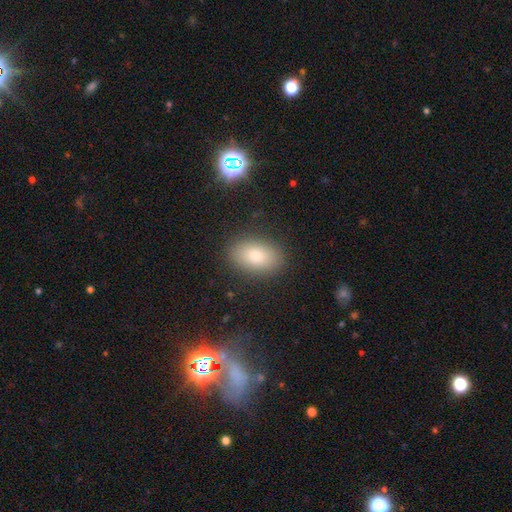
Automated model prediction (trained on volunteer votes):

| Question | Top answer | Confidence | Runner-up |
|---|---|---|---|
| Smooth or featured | smooth | 77% | featured or disk (12%) |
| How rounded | in between | 87% | round (12%) |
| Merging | none | 87% | minor disturbance (9%) |